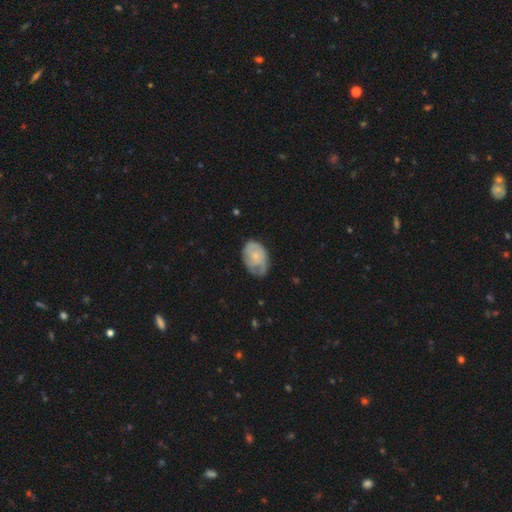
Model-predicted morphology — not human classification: A smooth galaxy with no disk features (48%).

Vote fractions:
- Smooth or featured? smooth: 48% / featured or disk: 45% / star or artifact: 7%
- Merging? none: 50% / minor disturbance: 35% / major disturbance: 14% / merger: 2%